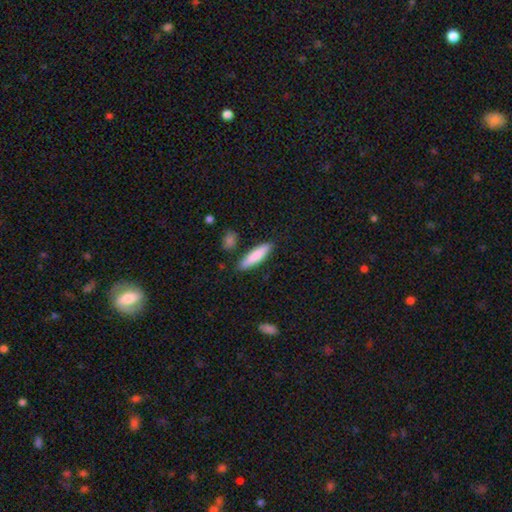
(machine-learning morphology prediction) Q: Smooth or featured?
A: smooth (81%); runner-up: featured or disk (14%)
Q: How rounded?
A: cigar-shaped (76%); runner-up: in between (22%)
Q: Merging?
A: none (84%); runner-up: minor disturbance (11%)